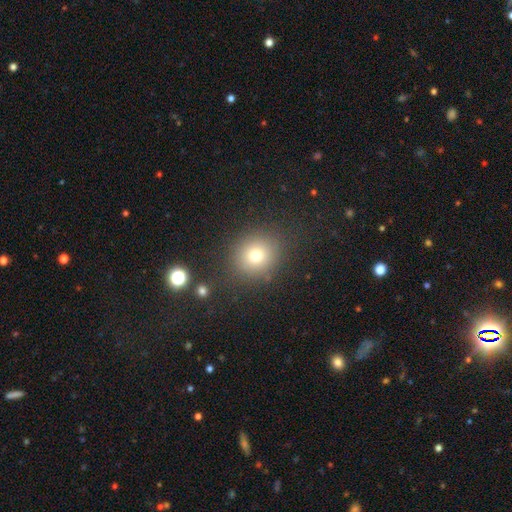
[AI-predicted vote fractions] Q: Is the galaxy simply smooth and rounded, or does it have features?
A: smooth — 73%.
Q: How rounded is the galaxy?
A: round — 80%.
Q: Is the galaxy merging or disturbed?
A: none — 83%.